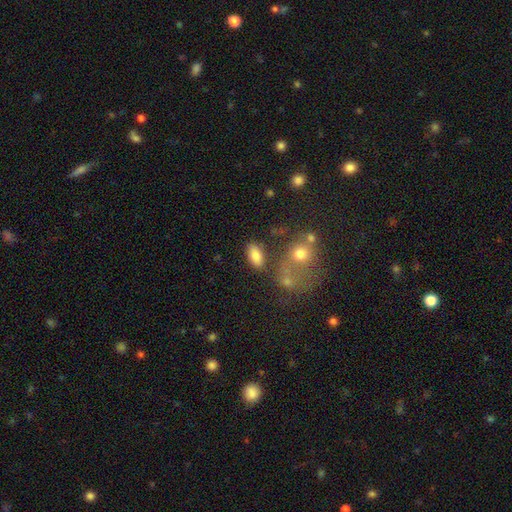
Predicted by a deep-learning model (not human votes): A smooth galaxy with no disk features (83%) that is in between round and cigar-shaped (90%).

Vote fractions:
- Smooth or featured? smooth: 83% / star or artifact: 9% / featured or disk: 8%
- How rounded? in between: 90% / round: 5% / cigar-shaped: 5%
- Merging? none: 73% / minor disturbance: 13% / merger: 9% / major disturbance: 5%